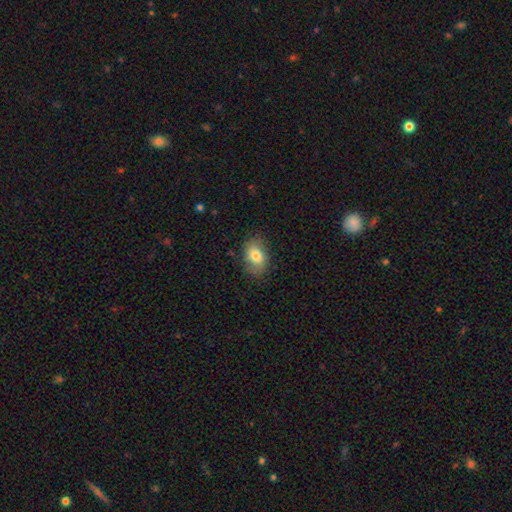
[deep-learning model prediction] Overall: smooth (79%). How rounded: in between (79%). Merging: none (80%).